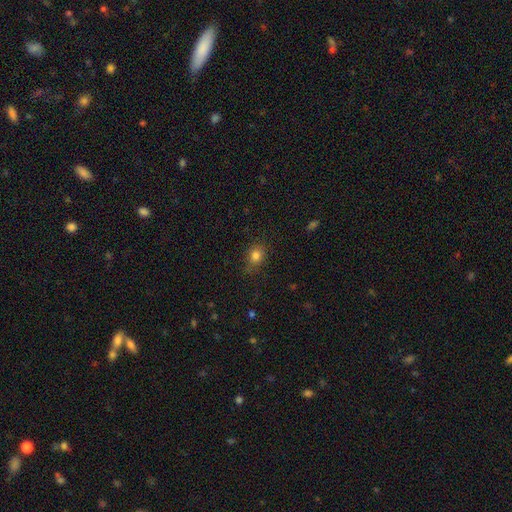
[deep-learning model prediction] The model was most divided on "how rounded": round: 59%, in between: 39%, cigar-shaped: 1%. More confident: smooth or featured — smooth (81%); merging — none (78%).